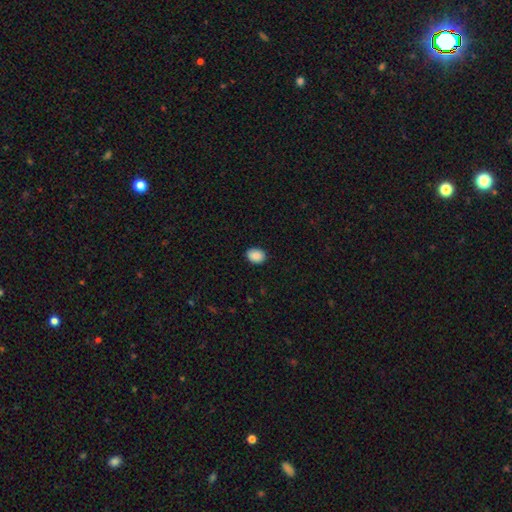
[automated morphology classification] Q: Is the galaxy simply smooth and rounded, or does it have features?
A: smooth — 89%.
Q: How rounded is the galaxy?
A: in between — 60%.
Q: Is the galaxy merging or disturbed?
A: none — 88%.